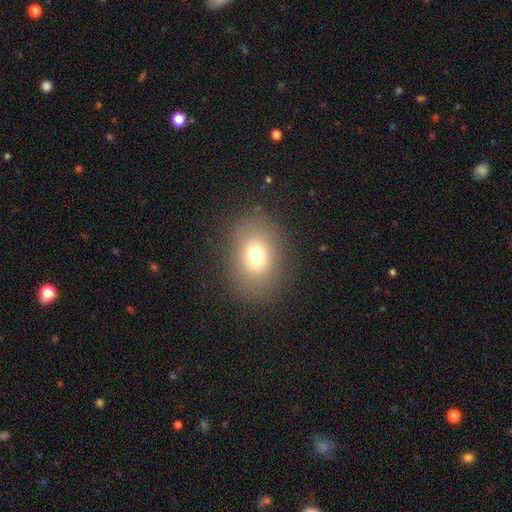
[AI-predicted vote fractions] The model was most divided on "how rounded": in between: 62%, round: 37%, cigar-shaped: 1%. More confident: merging — none (84%); smooth or featured — smooth (74%).